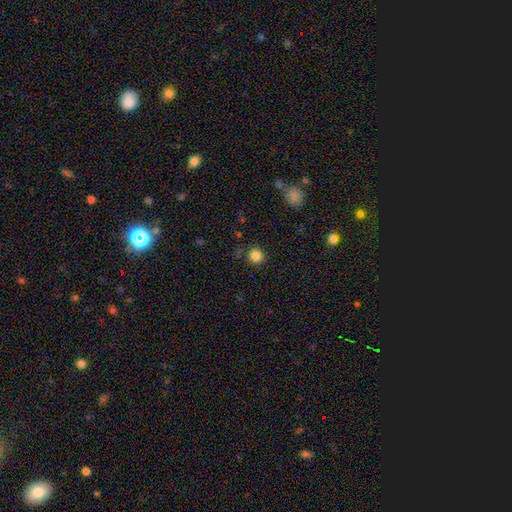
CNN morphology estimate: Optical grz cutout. It shows a smooth galaxy with no disk features (85%) that is round (90%). Merging: none (88%).